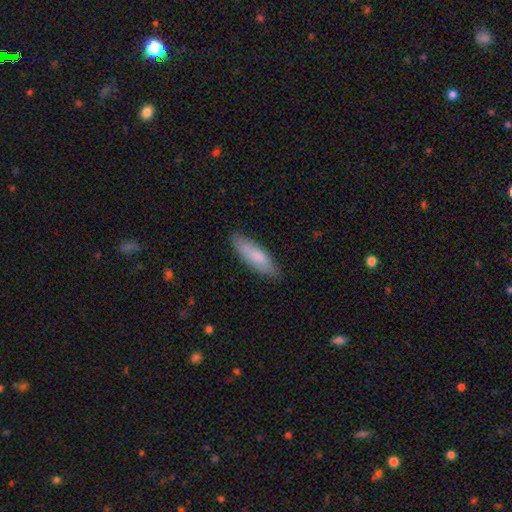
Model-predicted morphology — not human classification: A smooth galaxy with no disk features (78%) that is cigar-shaped (60%).

Vote fractions:
- Smooth or featured? smooth: 78% / featured or disk: 16% / star or artifact: 5%
- How rounded? cigar-shaped: 60% / in between: 39% / round: 1%
- Merging? none: 83% / minor disturbance: 13% / major disturbance: 2% / merger: 1%